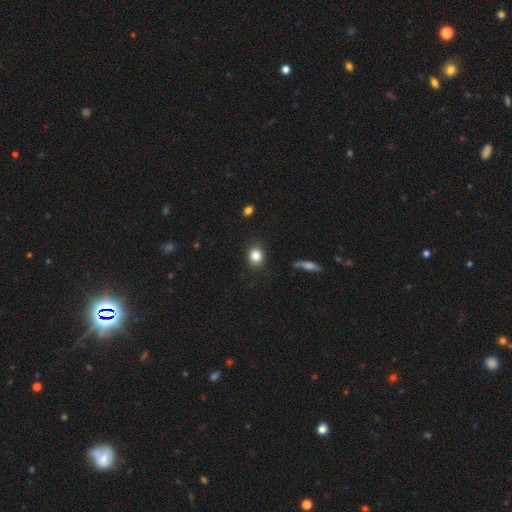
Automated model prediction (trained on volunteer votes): Smooth or featured?
  - smooth: 83% *
  - star or artifact: 10%
  - featured or disk: 7%
How rounded?
  - round: 59% *
  - in between: 39%
  - cigar-shaped: 2%
Merging?
  - none: 86% *
  - minor disturbance: 10%
  - major disturbance: 2%
  - merger: 1%